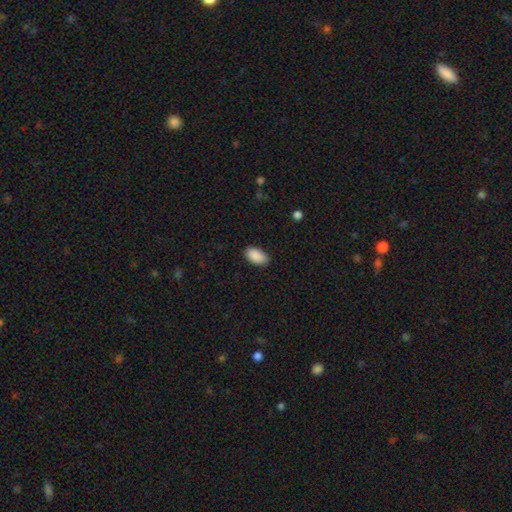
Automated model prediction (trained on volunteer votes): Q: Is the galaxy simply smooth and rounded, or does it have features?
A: smooth — 91%.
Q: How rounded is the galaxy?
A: in between — 95%.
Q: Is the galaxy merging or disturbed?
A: none — 86%.